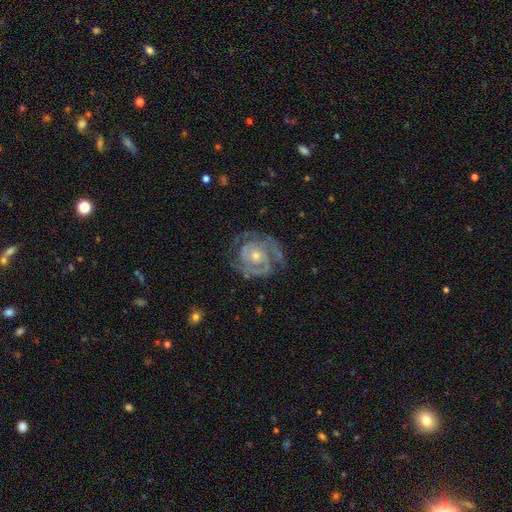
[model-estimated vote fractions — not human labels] featured or disk 87%, smooth 8%, star or artifact 5%. Down the decision tree: edge-on disk — no (98%); bar — no (77%); spiral arms — yes (93%); spiral arm count — 2 (46%); spiral winding — tight (64%); bulge size — small (52%); merging — none (69%).